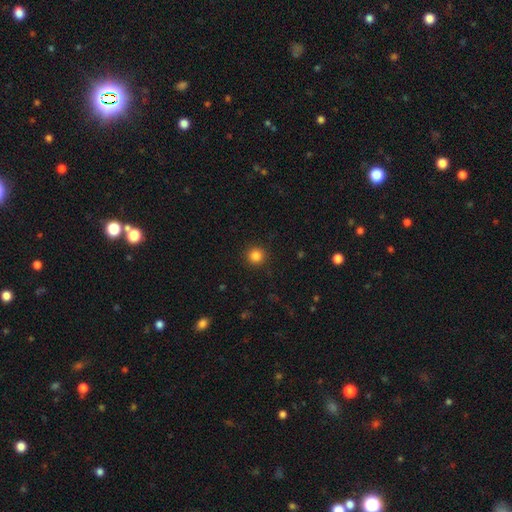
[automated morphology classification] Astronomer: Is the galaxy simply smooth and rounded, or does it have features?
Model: smooth — 84%.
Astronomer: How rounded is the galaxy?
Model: round — 95%.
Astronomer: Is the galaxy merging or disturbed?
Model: none — 92%.